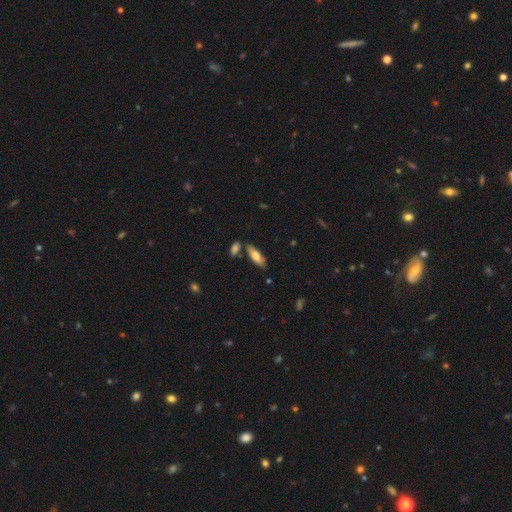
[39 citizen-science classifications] This is likely a smooth galaxy (69%). How rounded: likely in between (70%). Merging: clearly none (83%).